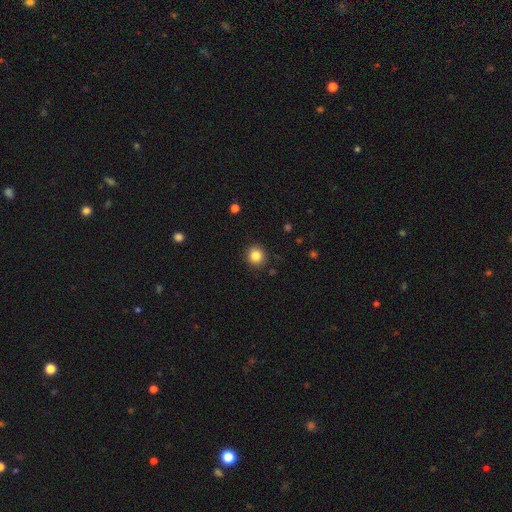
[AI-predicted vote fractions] This appears to be a smooth galaxy with no disk features (84%) that is round (89%). Merging: none (90%).